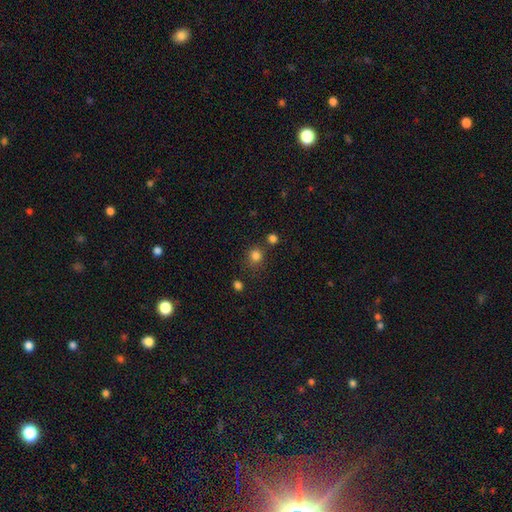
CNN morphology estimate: smooth_or_featured: smooth (p=0.81) [alt: star or artifact p=0.14]
how_rounded: round (p=0.86) [alt: in between p=0.13]
merging: none (p=0.73) [alt: minor disturbance p=0.12]